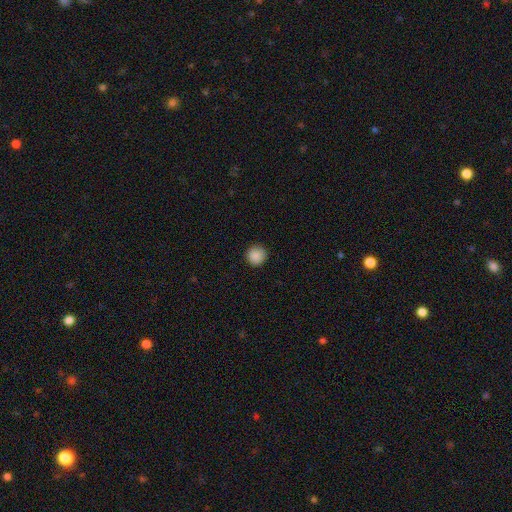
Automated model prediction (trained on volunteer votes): smooth 88%, star or artifact 9%, featured or disk 3%. Down the decision tree: how rounded — round (95%); merging — none (91%).